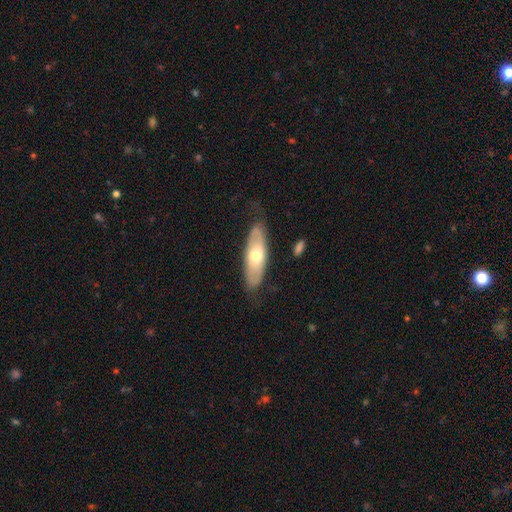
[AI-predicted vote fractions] smooth-or-featured: smooth: 54% | featured or disk: 41% | star or artifact: 5%
  how-rounded: in between: 59% | cigar-shaped: 39% | round: 2%
  merging: none: 75% | minor disturbance: 18% | major disturbance: 5% | merger: 2%